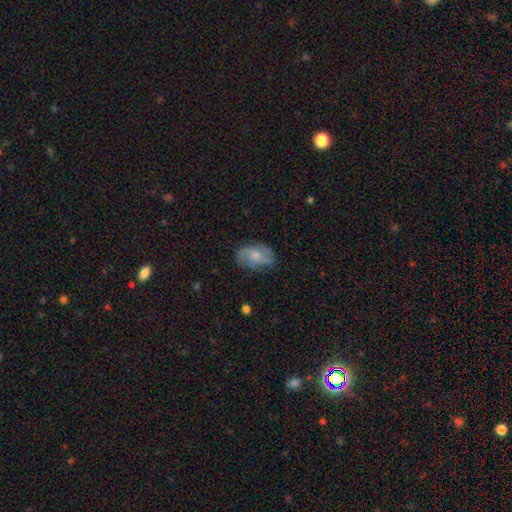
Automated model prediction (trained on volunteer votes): Morphology: type=featured or disk (57%); edge-on=no (96%); bar=no (69%); spiral arms=yes (84%); bulge=moderate (45%); merging=none (66%).